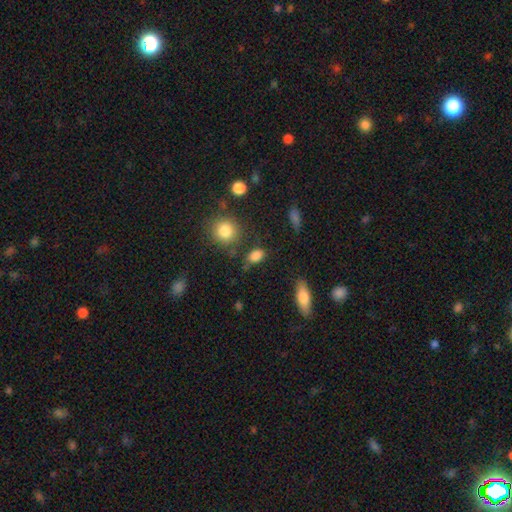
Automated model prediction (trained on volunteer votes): Smooth or featured: smooth — 83% (star or artifact — 11%)
How rounded: in between — 80% (round — 17%)
Merging: none — 72% (minor disturbance — 16%)